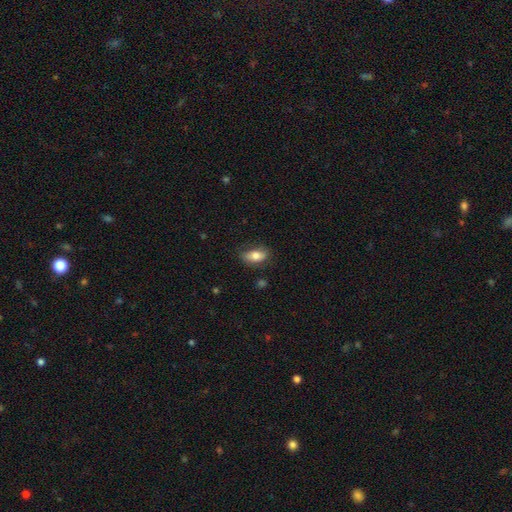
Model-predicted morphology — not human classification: Overall: smooth (76%). How rounded: in between (87%). Merging: none (76%).